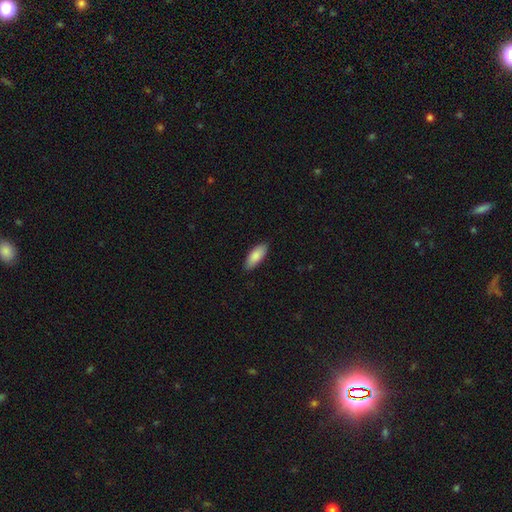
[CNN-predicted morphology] This appears to be a smooth galaxy with no disk features (86%) that is in between round and cigar-shaped (80%). Merging: none (87%).